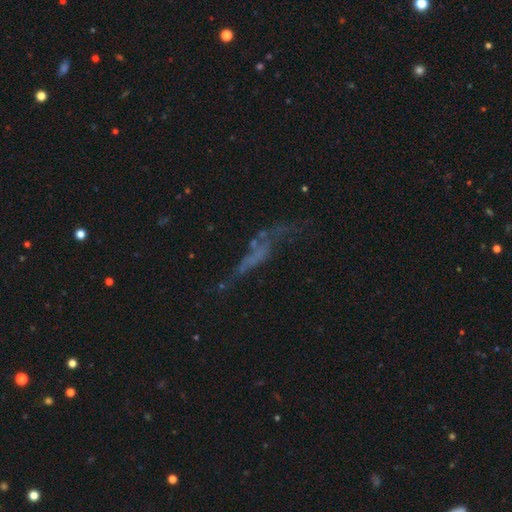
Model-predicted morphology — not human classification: This appears to be a featured or disk galaxy (48%). Merging: none (38%).